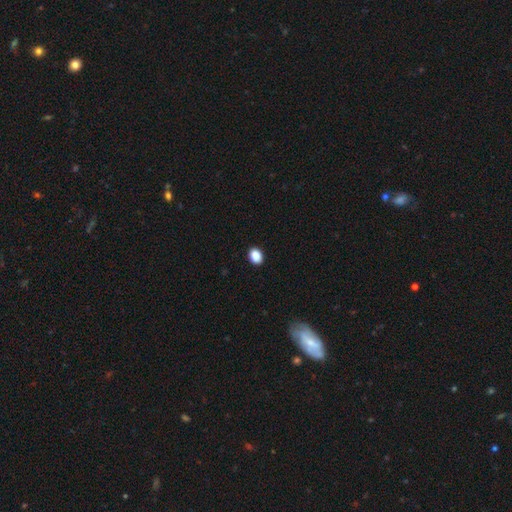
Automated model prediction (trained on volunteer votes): A smooth galaxy with no disk features (89%) that is in between round and cigar-shaped (65%). Merging: none (91%).